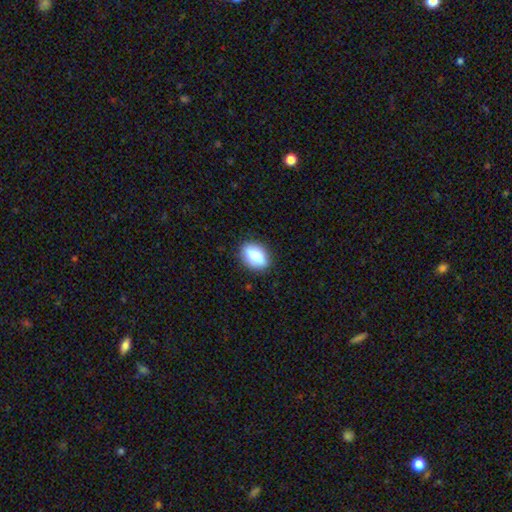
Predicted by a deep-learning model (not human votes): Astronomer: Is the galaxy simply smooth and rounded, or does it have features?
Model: smooth — 78%.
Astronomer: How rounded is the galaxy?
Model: in between — 79%.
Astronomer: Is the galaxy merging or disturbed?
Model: none — 88%.